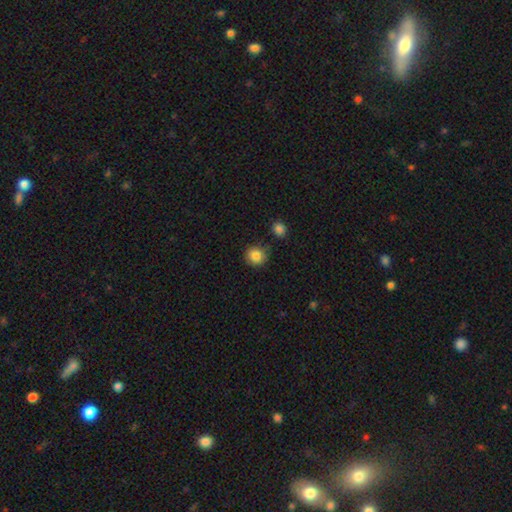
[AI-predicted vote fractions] Smooth or featured?
  - smooth: 86% *
  - star or artifact: 9%
  - featured or disk: 4%
How rounded?
  - round: 90% *
  - in between: 9%
  - cigar-shaped: 1%
Merging?
  - none: 84% *
  - minor disturbance: 9%
  - merger: 4%
  - major disturbance: 2%